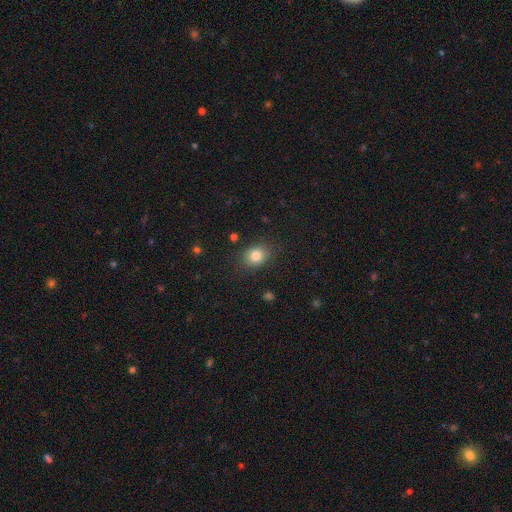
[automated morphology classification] Q: Smooth or featured?
A: smooth (82%); runner-up: star or artifact (11%)
Q: How rounded?
A: round (54%); runner-up: in between (45%)
Q: Merging?
A: none (84%); runner-up: minor disturbance (11%)